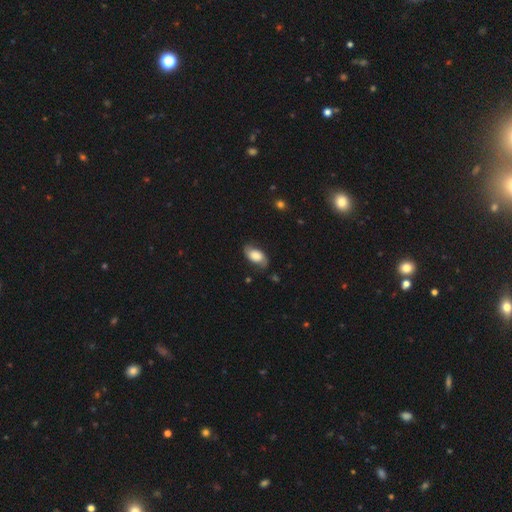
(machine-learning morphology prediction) Overall: smooth (56%; featured or disk 36%). How rounded: in between (91%). Merging: none (66%).